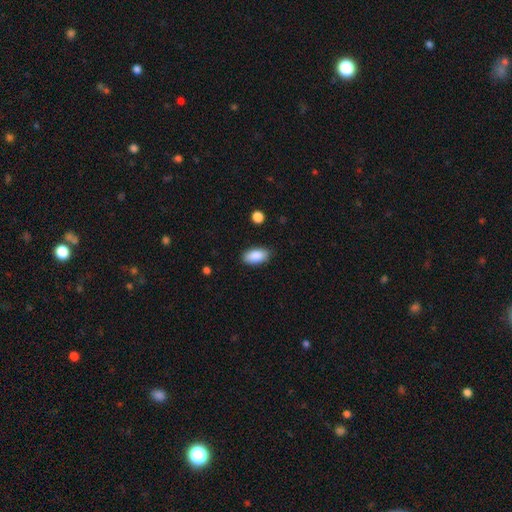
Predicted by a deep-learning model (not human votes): Smooth or featured? smooth (88%)
How rounded? in between (93%)
Merging? none (86%)